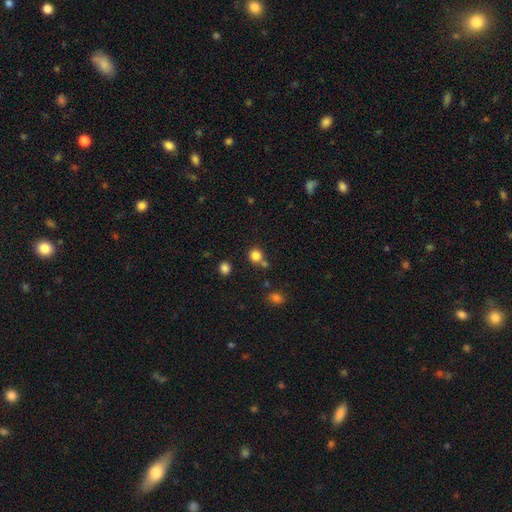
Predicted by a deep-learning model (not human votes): Smooth or featured: smooth — 82% (star or artifact — 13%)
How rounded: round — 89% (in between — 10%)
Merging: none — 68% (merger — 20%)